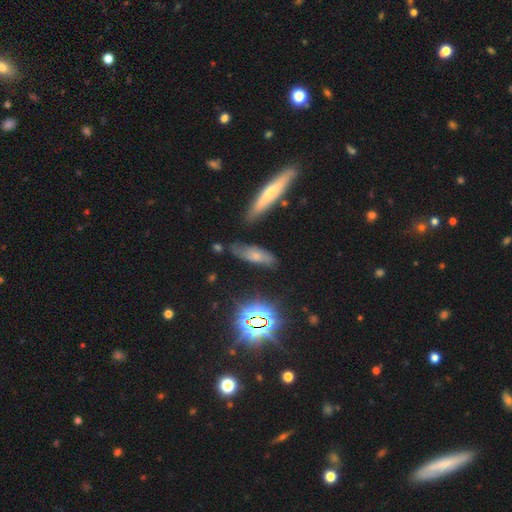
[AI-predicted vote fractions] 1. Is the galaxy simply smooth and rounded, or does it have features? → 56% smooth, 27% featured or disk, 17% star or artifact.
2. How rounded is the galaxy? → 57% in between, 39% cigar-shaped, 4% round.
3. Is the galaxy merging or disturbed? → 67% none, 22% minor disturbance, 6% major disturbance, 5% merger.